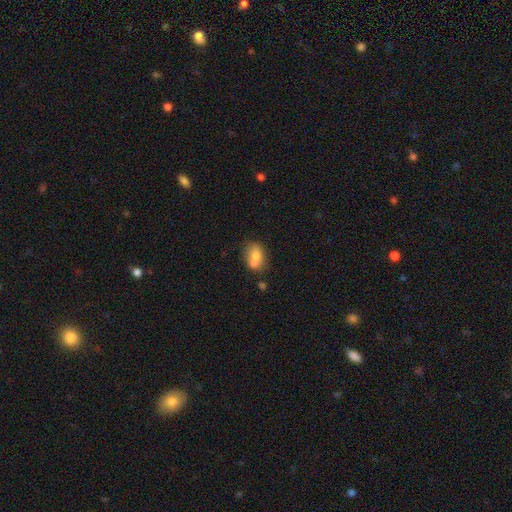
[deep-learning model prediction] Morphology: type=smooth (70%); roundness=in between (64%); merging=merger (43%).